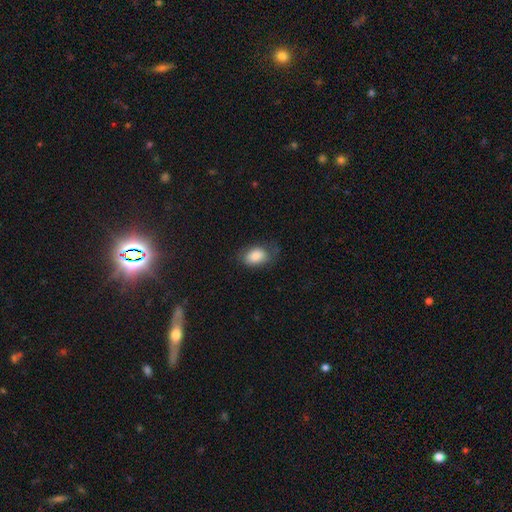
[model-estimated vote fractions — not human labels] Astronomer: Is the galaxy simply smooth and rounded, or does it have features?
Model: smooth — 83%.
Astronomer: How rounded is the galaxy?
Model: in between — 81%.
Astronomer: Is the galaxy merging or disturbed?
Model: none — 62%.